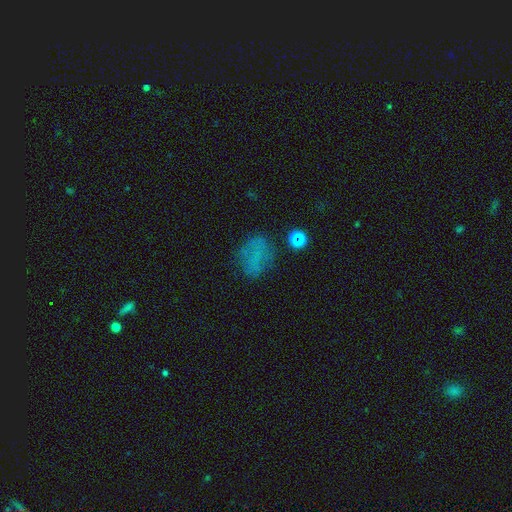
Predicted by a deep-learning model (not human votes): smooth-or-featured: smooth: 56% | star or artifact: 25% | featured or disk: 19%
  how-rounded: in between: 59% | round: 38% | cigar-shaped: 2%
  merging: none: 63% | minor disturbance: 19% | major disturbance: 14% | merger: 4%